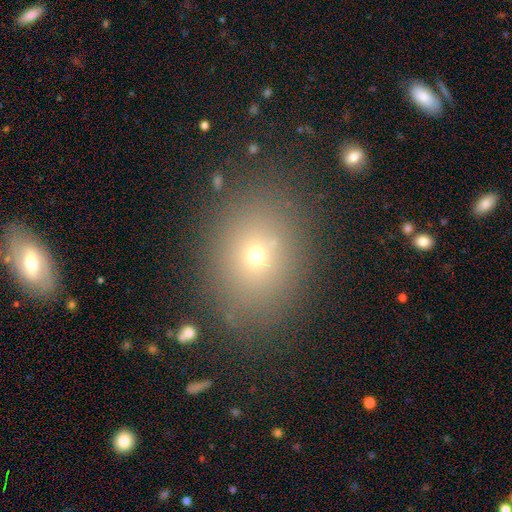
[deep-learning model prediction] Smooth or featured? Predicted: smooth (p=0.66). How rounded? Predicted: in between (p=0.56). Merging? Predicted: none (p=0.84).